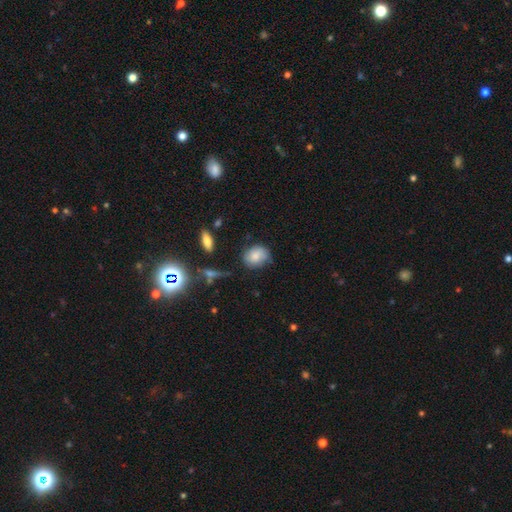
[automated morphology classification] Smooth or featured? Predicted: smooth (p=0.79). How rounded? Predicted: in between (p=0.52). Merging? Predicted: none (p=0.65).